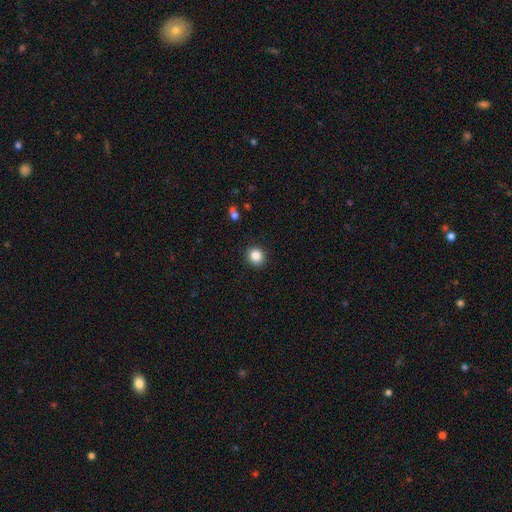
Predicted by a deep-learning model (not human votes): A smooth galaxy with no disk features (86%) that is round (82%).

Vote fractions:
- Smooth or featured? smooth: 86% / star or artifact: 10% / featured or disk: 4%
- How rounded? round: 82% / in between: 17% / cigar-shaped: 1%
- Merging? none: 91% / minor disturbance: 6% / major disturbance: 2% / merger: 1%